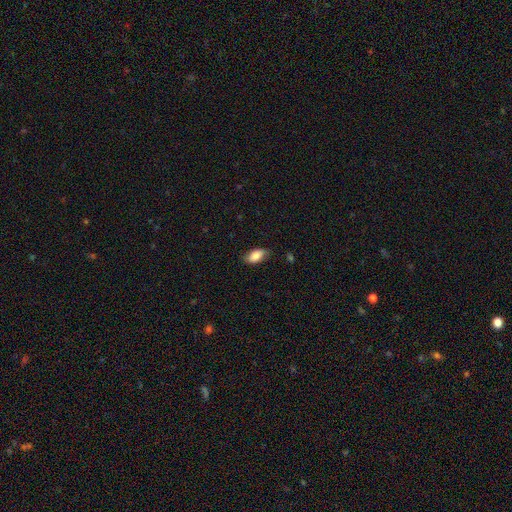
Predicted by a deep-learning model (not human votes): Overall: smooth (83%). How rounded: in between (91%). Merging: none (77%).